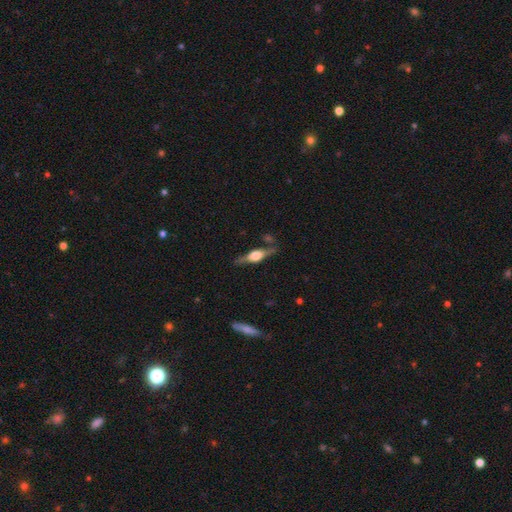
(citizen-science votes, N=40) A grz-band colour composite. It shows a featured or disk galaxy (78%) viewed edge-on (100%) with a rounded central bulge (94%). Merging: none (91%).